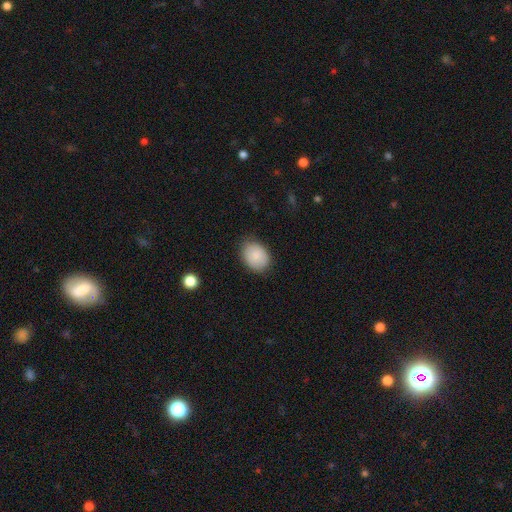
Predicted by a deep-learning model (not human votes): A smooth galaxy with no disk features (86%) that is in between round and cigar-shaped (66%).

Vote fractions:
- Smooth or featured? smooth: 86% / featured or disk: 7% / star or artifact: 7%
- How rounded? in between: 66% / round: 33% / cigar-shaped: 1%
- Merging? none: 81% / minor disturbance: 14% / major disturbance: 3% / merger: 1%